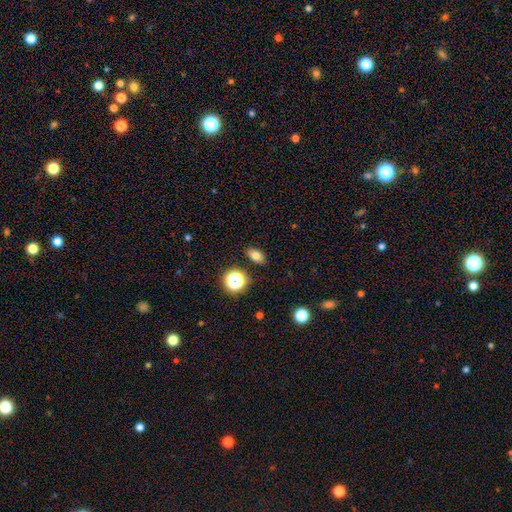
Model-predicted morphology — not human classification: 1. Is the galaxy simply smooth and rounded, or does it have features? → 75% smooth, 14% star or artifact, 11% featured or disk.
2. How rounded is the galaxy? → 80% in between, 16% round, 4% cigar-shaped.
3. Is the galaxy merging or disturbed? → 87% none, 9% minor disturbance, 2% major disturbance, 2% merger.